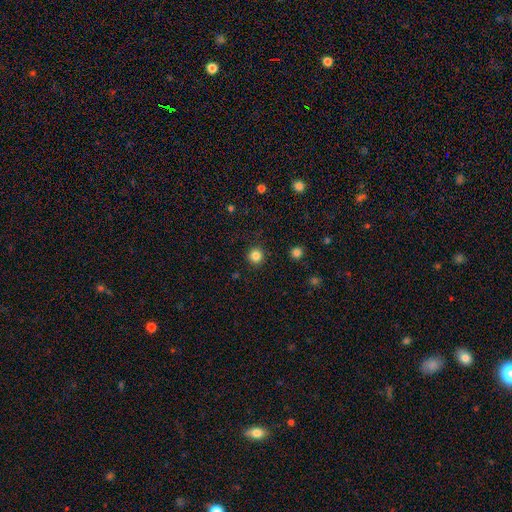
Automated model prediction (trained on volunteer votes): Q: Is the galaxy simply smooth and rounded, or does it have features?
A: smooth — 84%.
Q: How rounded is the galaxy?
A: round — 95%.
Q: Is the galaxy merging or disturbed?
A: none — 92%.